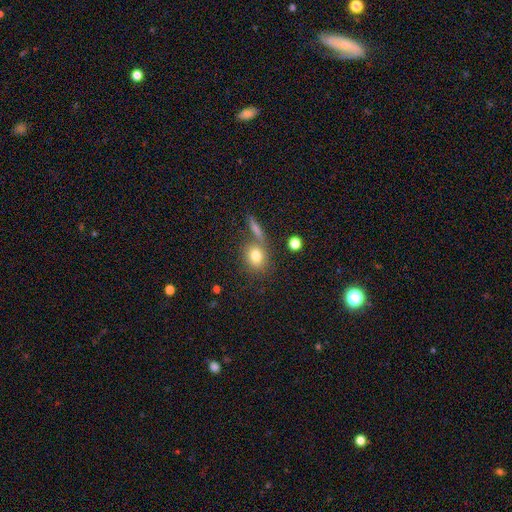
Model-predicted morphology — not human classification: Q: Smooth or featured?
A: smooth (77%); runner-up: star or artifact (11%)
Q: How rounded?
A: round (66%); runner-up: in between (32%)
Q: Merging?
A: none (63%); runner-up: merger (20%)